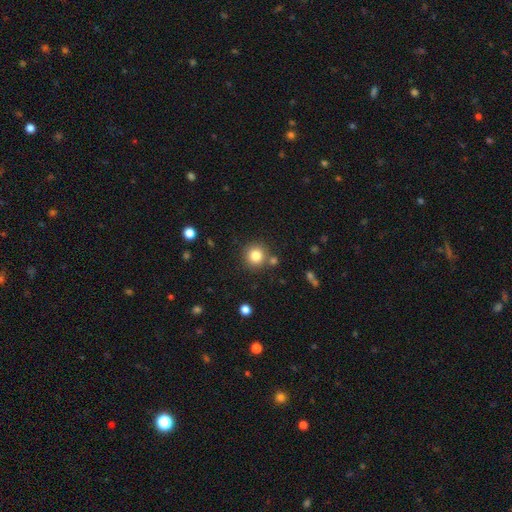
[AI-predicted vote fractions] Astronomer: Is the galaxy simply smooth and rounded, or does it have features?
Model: smooth — 82%.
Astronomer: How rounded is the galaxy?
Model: round — 93%.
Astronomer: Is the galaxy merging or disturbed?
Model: none — 81%.